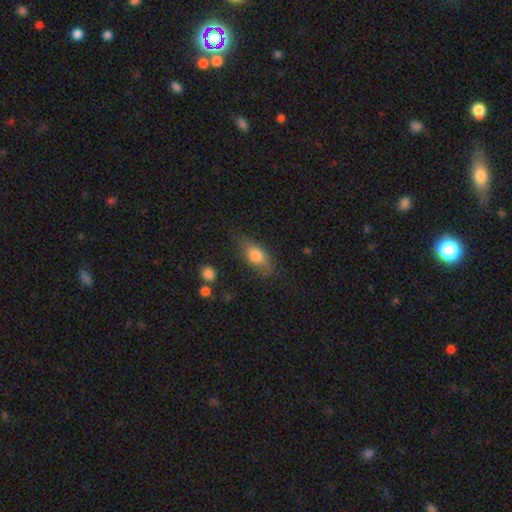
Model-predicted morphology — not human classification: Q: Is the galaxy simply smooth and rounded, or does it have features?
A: smooth — 74%.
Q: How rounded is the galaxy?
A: in between — 82%.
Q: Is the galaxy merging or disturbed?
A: none — 67%.